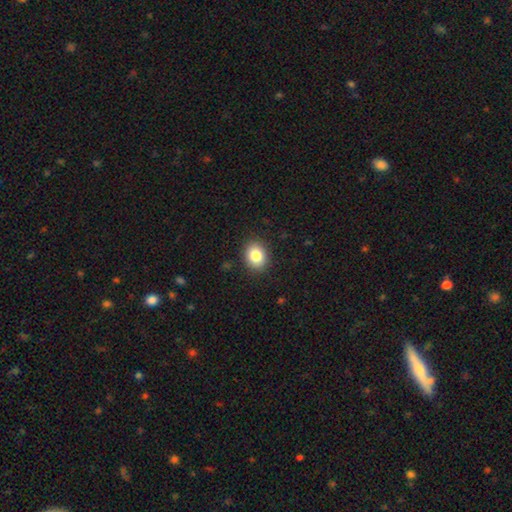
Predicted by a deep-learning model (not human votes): The model was most divided on "how rounded": in between: 53%, round: 46%, cigar-shaped: 1%. More confident: merging — none (89%); smooth or featured — smooth (84%).